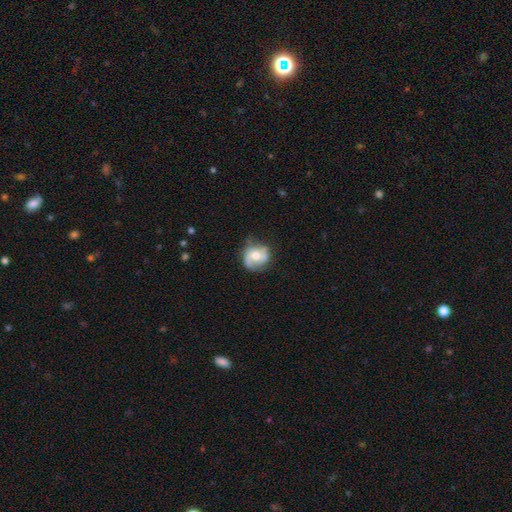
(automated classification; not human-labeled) The model was most divided on "smooth or featured": featured or disk: 54%, smooth: 39%, star or artifact: 7%. More confident: edge-on disk — no (97%); bulge size — moderate (72%); bar — no (72%); spiral arms — yes (68%); merging — none (60%).